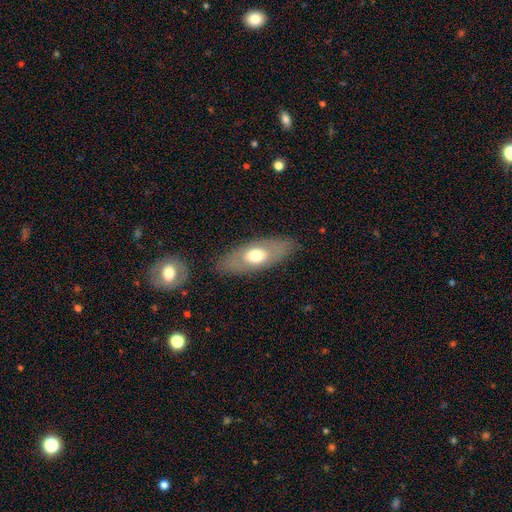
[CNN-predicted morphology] Smooth or featured? smooth (55%)
How rounded? in between (81%)
Merging? none (84%)